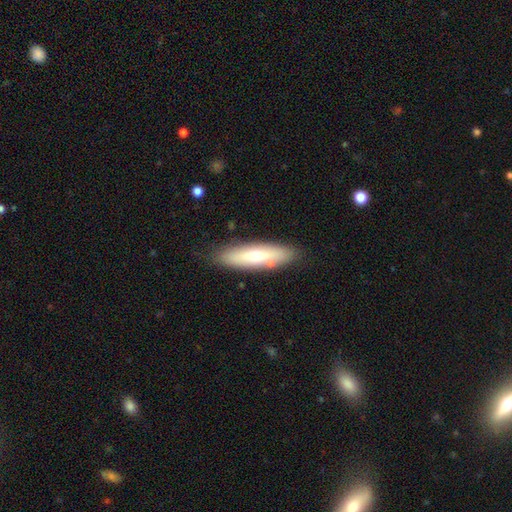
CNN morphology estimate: This is possibly a smooth galaxy (57%). How rounded: likely cigar-shaped (70%). Merging: clearly none (85%).